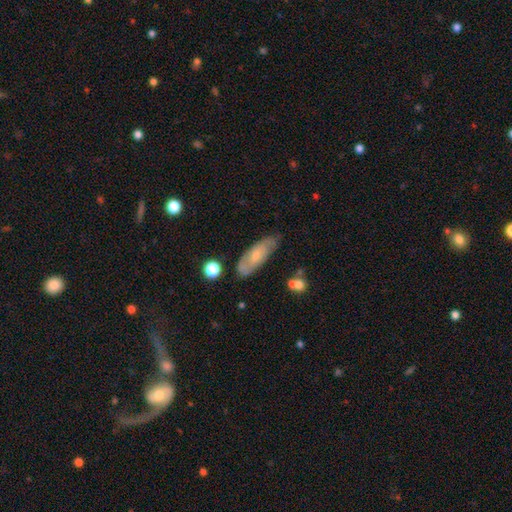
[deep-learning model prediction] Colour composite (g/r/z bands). It shows a smooth galaxy with no disk features (53%) that is in between round and cigar-shaped (66%). Merging: none (69%).